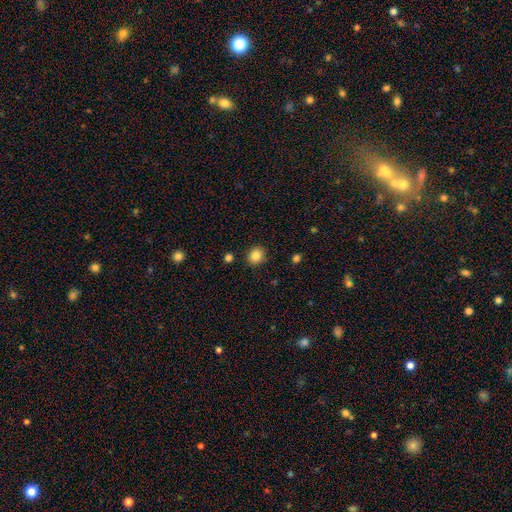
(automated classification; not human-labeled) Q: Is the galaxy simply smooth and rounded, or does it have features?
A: smooth — 85%.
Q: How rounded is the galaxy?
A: round — 76%.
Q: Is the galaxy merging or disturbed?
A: none — 85%.